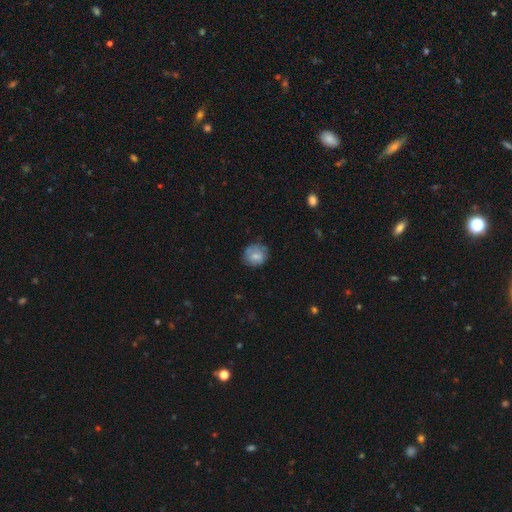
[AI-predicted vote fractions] smooth 73%, featured or disk 19%, star or artifact 8%. Down the decision tree: how rounded — round (78%); merging — none (71%).